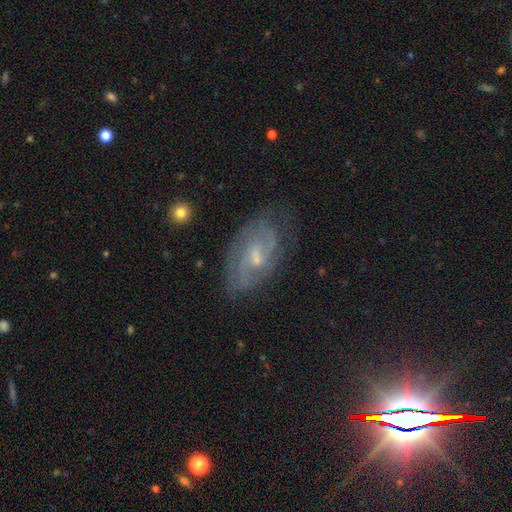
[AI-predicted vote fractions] Smooth or featured: featured or disk — 76% (smooth — 15%)
Edge-on disk: no — 95% (yes — 5%)
Bar: weak — 53% (no — 38%)
Spiral arms: yes — 90% (no — 10%)
Spiral winding: medium — 43% (tight — 42%)
Spiral arm count: 2 — 53% (can't tell — 28%)
Bulge size: small — 50% (moderate — 38%)
Merging: none — 71% (minor disturbance — 20%)